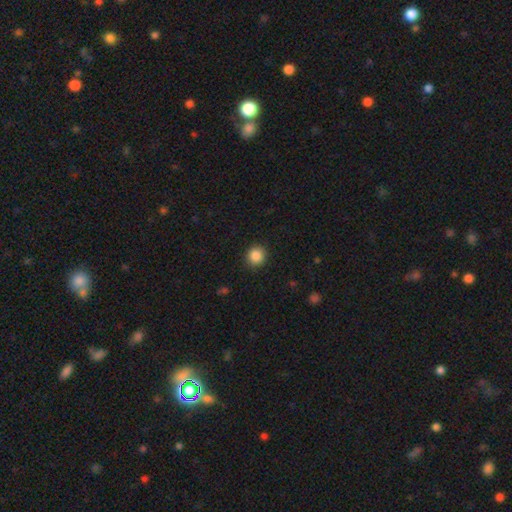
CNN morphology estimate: smooth_or_featured: smooth (p=0.87) [alt: star or artifact p=0.10]
how_rounded: round (p=0.89) [alt: in between p=0.10]
merging: none (p=0.90) [alt: minor disturbance p=0.07]